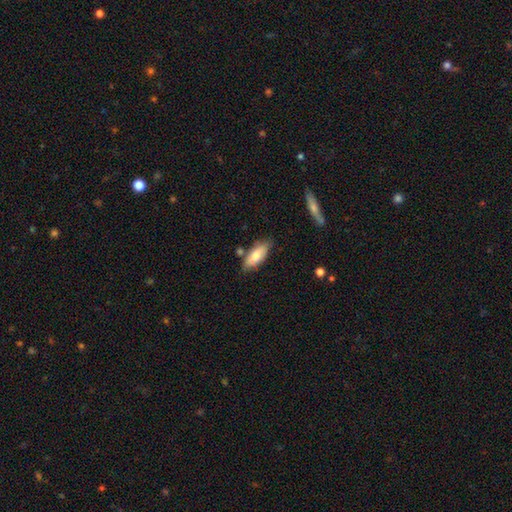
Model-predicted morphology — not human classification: Smooth or featured? smooth (74%)
How rounded? in between (75%)
Merging? none (71%)